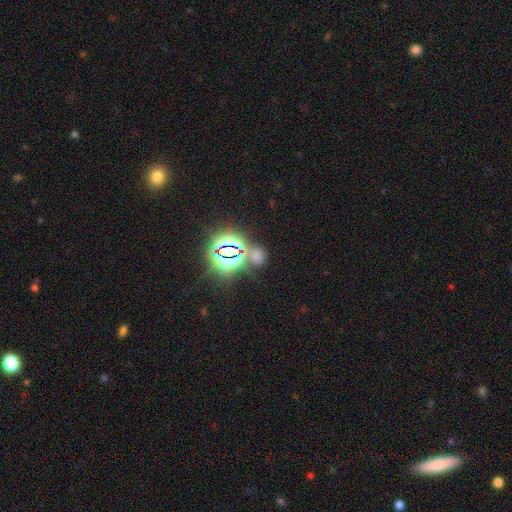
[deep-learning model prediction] A star or artifact, not a galaxy (58%).

Vote fractions:
- Smooth or featured? star or artifact: 58% / smooth: 35% / featured or disk: 7%